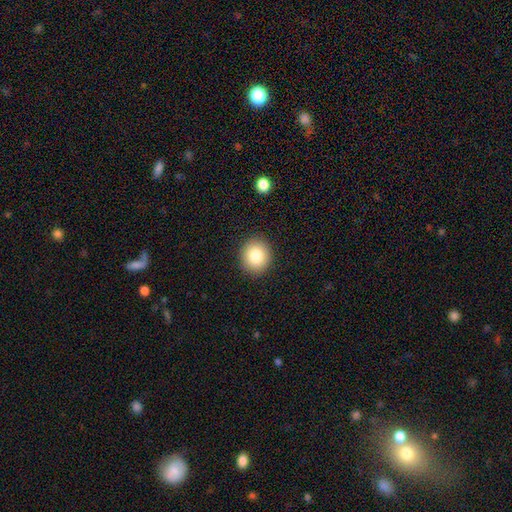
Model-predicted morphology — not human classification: This appears to be a smooth galaxy with no disk features (82%) that is round (83%). Merging: none (91%).